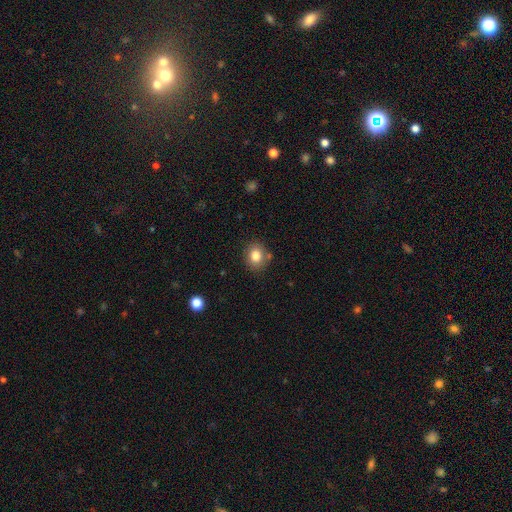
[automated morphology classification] Smooth or featured: smooth — 82% (star or artifact — 10%)
How rounded: round — 67% (in between — 32%)
Merging: none — 82% (minor disturbance — 11%)